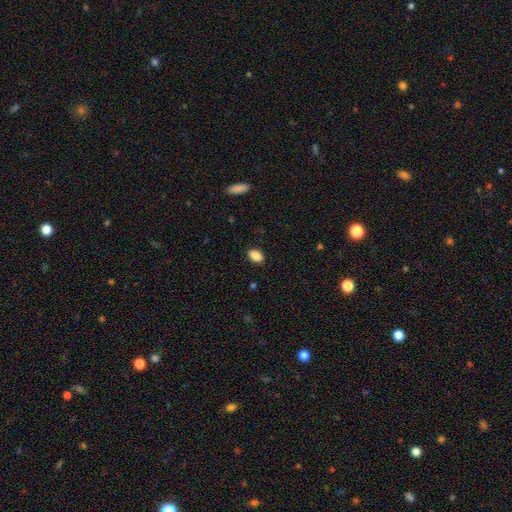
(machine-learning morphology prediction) smooth-or-featured: smooth: 88% | star or artifact: 8% | featured or disk: 4%
  how-rounded: in between: 88% | round: 10% | cigar-shaped: 2%
  merging: none: 87% | minor disturbance: 9% | major disturbance: 2% | merger: 1%